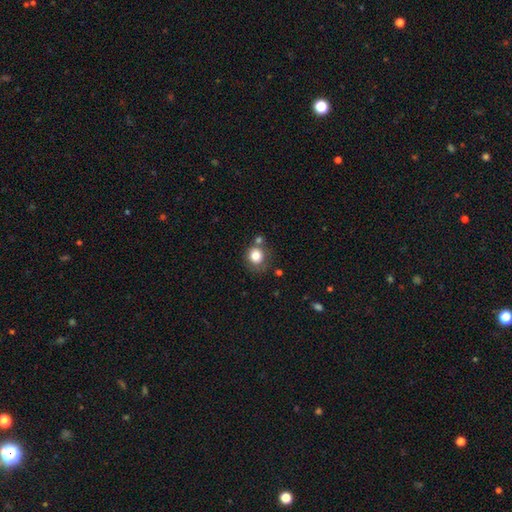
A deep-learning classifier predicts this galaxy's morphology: Q: Smooth or featured?
A: smooth (81%); runner-up: star or artifact (11%)
Q: How rounded?
A: round (82%); runner-up: in between (17%)
Q: Merging?
A: none (65%); runner-up: minor disturbance (15%)